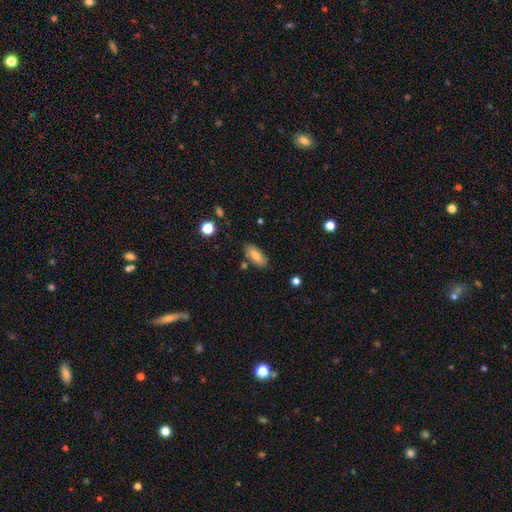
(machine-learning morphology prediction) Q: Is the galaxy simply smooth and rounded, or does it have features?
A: smooth — 80%.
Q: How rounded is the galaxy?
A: in between — 84%.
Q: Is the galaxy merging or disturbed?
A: none — 80%.